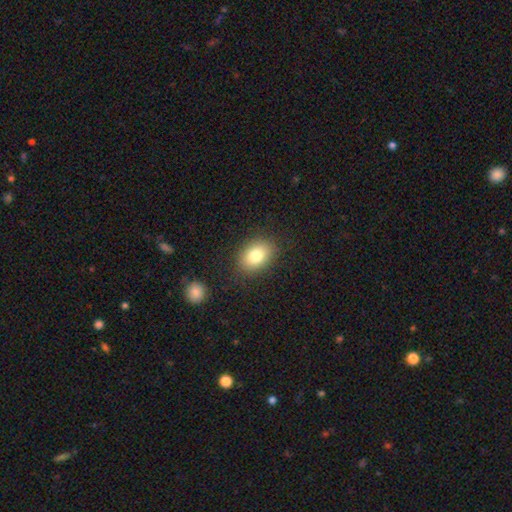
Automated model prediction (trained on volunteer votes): This appears to be a smooth galaxy with no disk features (80%) that is in between round and cigar-shaped (73%). Merging: none (84%).